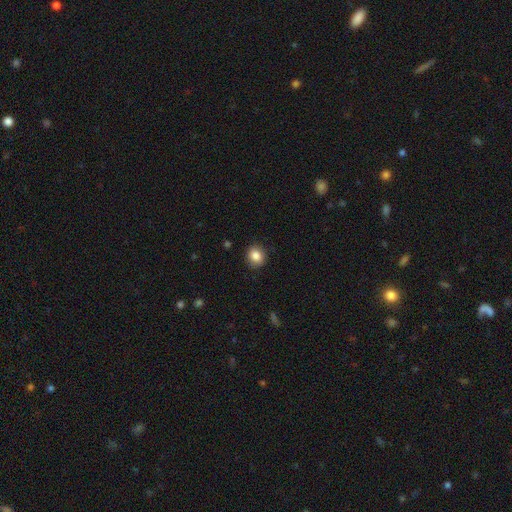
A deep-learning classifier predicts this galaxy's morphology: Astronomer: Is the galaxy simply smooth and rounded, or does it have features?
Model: smooth — 86%.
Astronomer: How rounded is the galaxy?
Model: round — 73%.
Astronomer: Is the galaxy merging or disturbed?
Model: none — 88%.